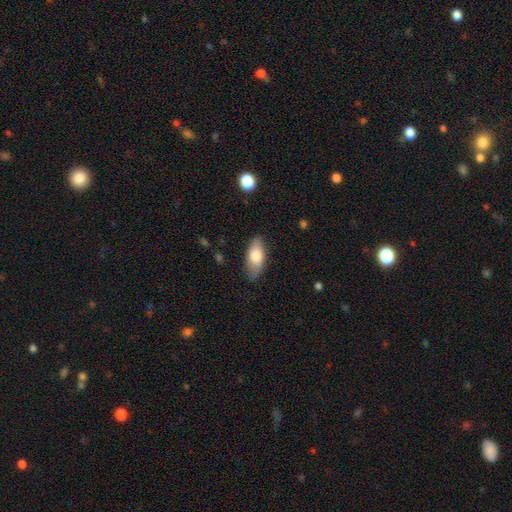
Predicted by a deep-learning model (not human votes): A smooth galaxy with no disk features (75%) that is in between round and cigar-shaped (86%). Merging: none (81%).